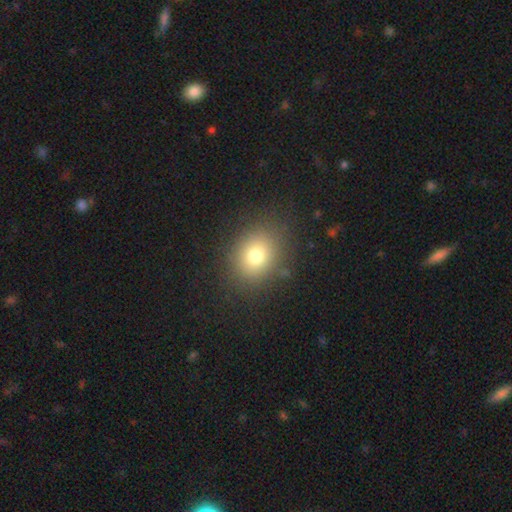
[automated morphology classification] A smooth galaxy with no disk features (77%) that is round (55%). Merging: none (85%).